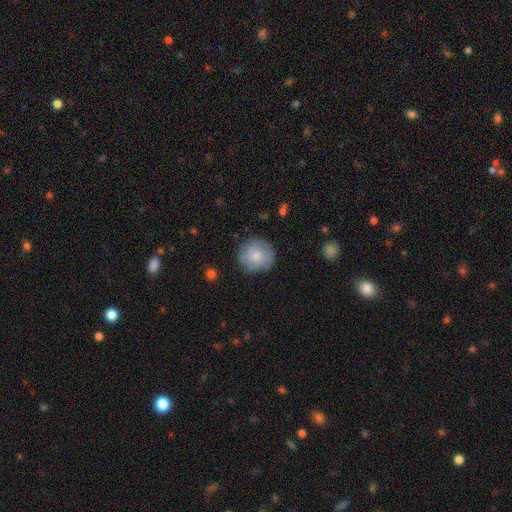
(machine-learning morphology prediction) Overall: smooth (66%; featured or disk 28%). How rounded: round (90%). Merging: none (78%).